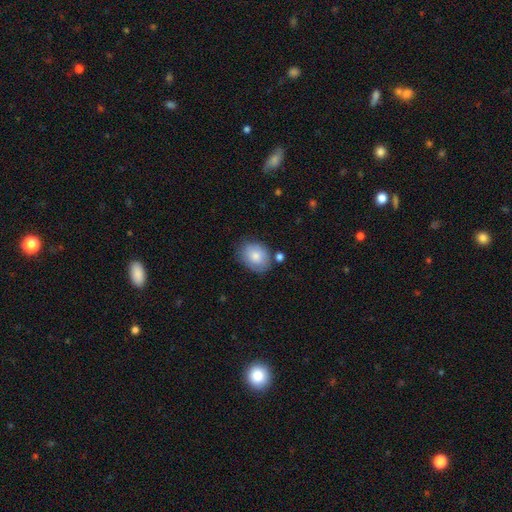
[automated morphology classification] This appears to be a smooth galaxy with no disk features (80%) that is in between round and cigar-shaped (59%). Merging: none (71%).